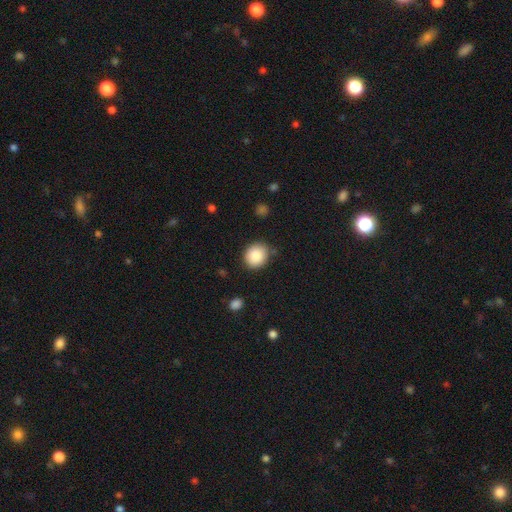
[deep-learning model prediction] Smooth or featured?
  - smooth: 86% *
  - star or artifact: 8%
  - featured or disk: 5%
How rounded?
  - round: 73% *
  - in between: 27%
  - cigar-shaped: 1%
Merging?
  - none: 83% *
  - minor disturbance: 13%
  - major disturbance: 3%
  - merger: 2%